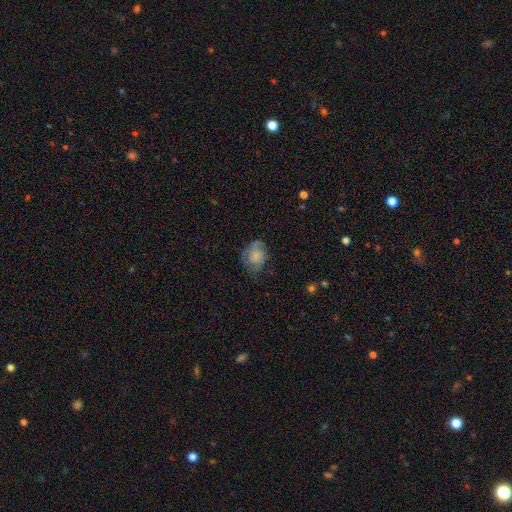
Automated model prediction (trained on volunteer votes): A smooth galaxy with no disk features (66%) that is in between round and cigar-shaped (53%).

Vote fractions:
- Smooth or featured? smooth: 66% / featured or disk: 25% / star or artifact: 9%
- How rounded? in between: 53% / round: 46% / cigar-shaped: 1%
- Merging? none: 51% / minor disturbance: 32% / major disturbance: 15% / merger: 2%